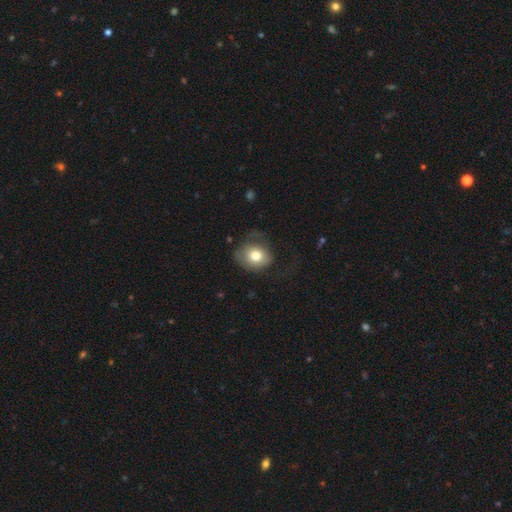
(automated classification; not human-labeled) Smooth or featured? smooth (74%)
How rounded? round (53%)
Merging? none (47%)